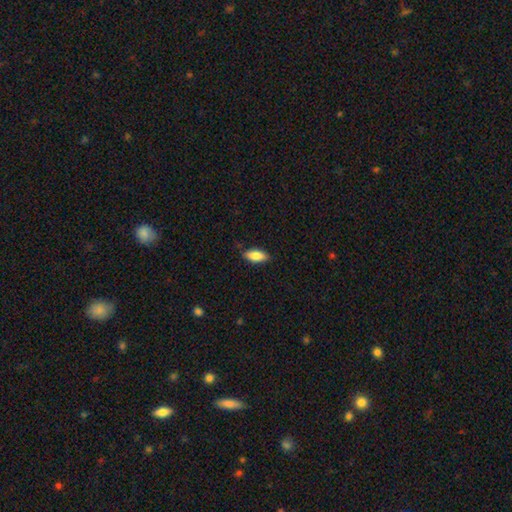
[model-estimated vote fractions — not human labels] Smooth or featured?
  - smooth: 82% *
  - featured or disk: 11%
  - star or artifact: 6%
How rounded?
  - in between: 82% *
  - cigar-shaped: 16%
  - round: 2%
Merging?
  - none: 83% *
  - minor disturbance: 13%
  - major disturbance: 2%
  - merger: 1%